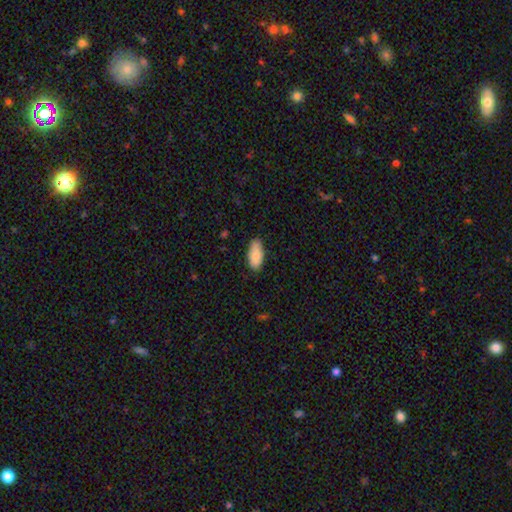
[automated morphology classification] smooth 87%, featured or disk 7%, star or artifact 6%. Down the decision tree: how rounded — in between (90%); merging — none (80%).